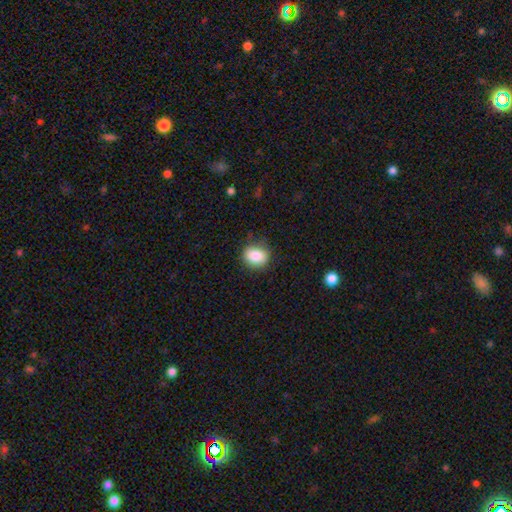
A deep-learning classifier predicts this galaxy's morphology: Smooth or featured? smooth (85%)
How rounded? round (55%)
Merging? none (81%)